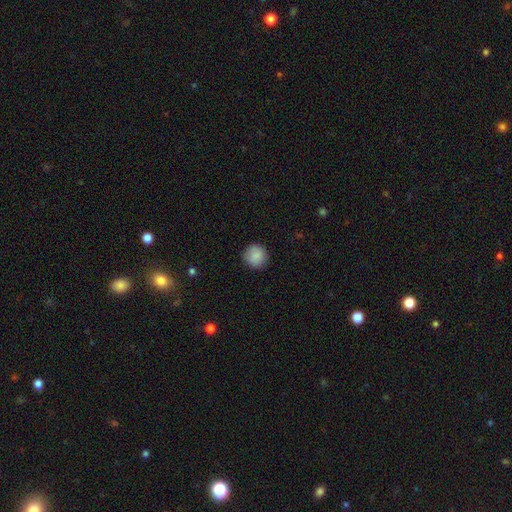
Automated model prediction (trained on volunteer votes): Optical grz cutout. It shows a smooth galaxy with no disk features (88%) that is round (94%). Merging: none (90%).